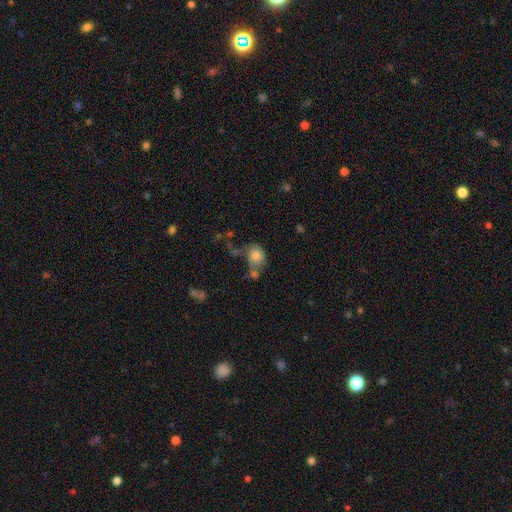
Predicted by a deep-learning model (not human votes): Smooth or featured? smooth (76%)
How rounded? round (50%)
Merging? none (39%)